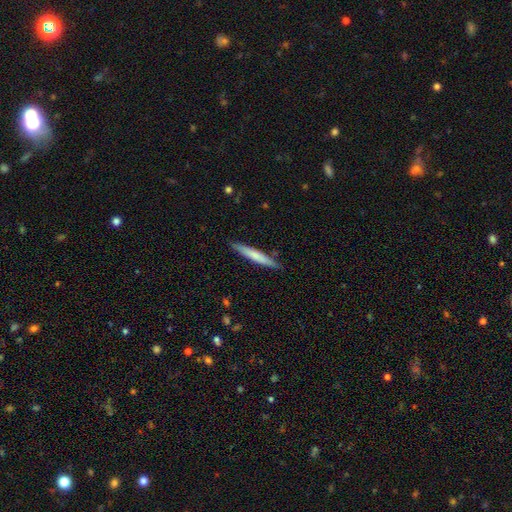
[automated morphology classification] Smooth or featured: smooth — 64% (featured or disk — 30%)
How rounded: cigar-shaped — 95% (in between — 4%)
Merging: none — 87% (minor disturbance — 9%)